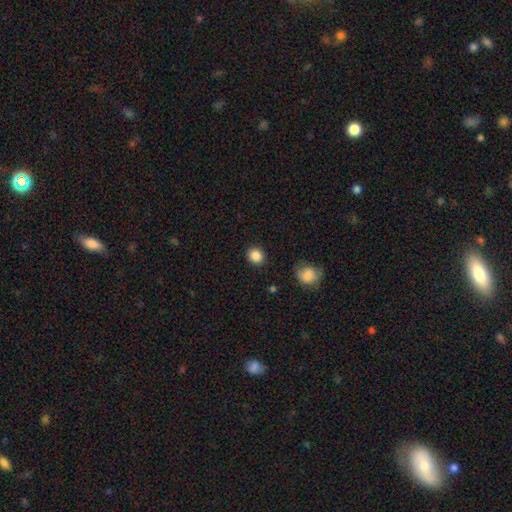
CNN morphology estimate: Smooth or featured? Predicted: smooth (p=0.87). How rounded? Predicted: round (p=0.81). Merging? Predicted: none (p=0.89).